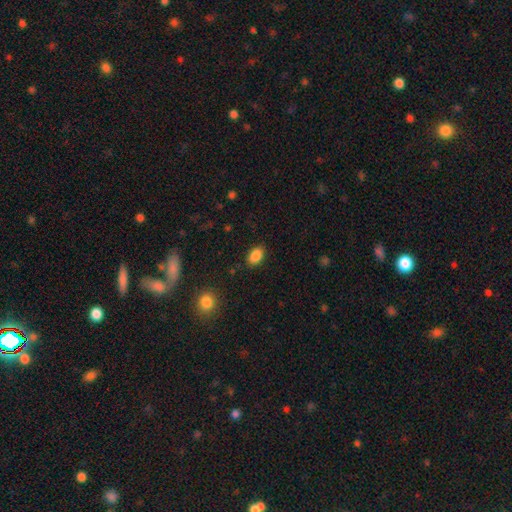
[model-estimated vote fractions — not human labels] Q: Smooth or featured?
A: smooth (86%); runner-up: star or artifact (9%)
Q: How rounded?
A: in between (86%); runner-up: round (12%)
Q: Merging?
A: none (86%); runner-up: minor disturbance (10%)